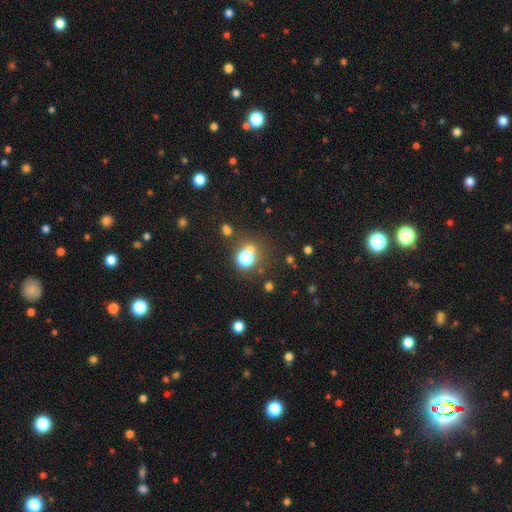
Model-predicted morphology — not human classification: A smooth galaxy with no disk features (48%). Merging: none (74%).